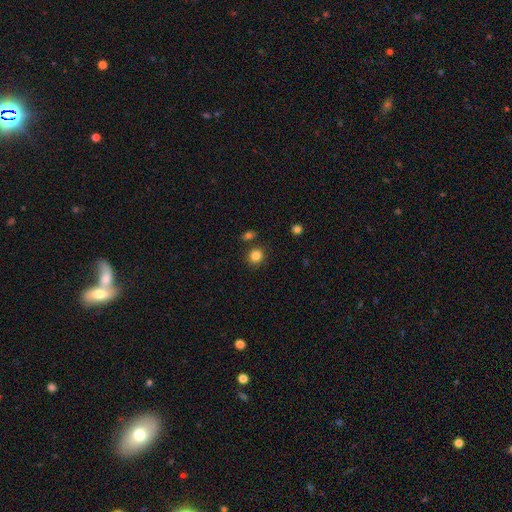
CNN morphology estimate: smooth-or-featured: smooth: 84% | star or artifact: 11% | featured or disk: 5%
  how-rounded: round: 83% | in between: 16% | cigar-shaped: 1%
  merging: none: 81% | minor disturbance: 9% | merger: 7% | major disturbance: 3%